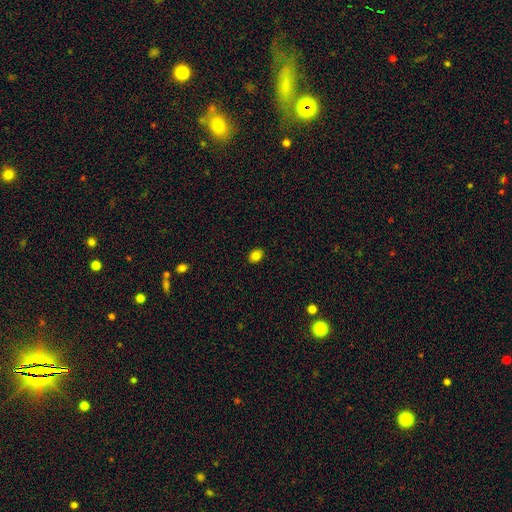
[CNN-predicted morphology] The model was most divided on "how rounded": in between: 53%, round: 46%, cigar-shaped: 1%. More confident: merging — none (89%); smooth or featured — smooth (83%).